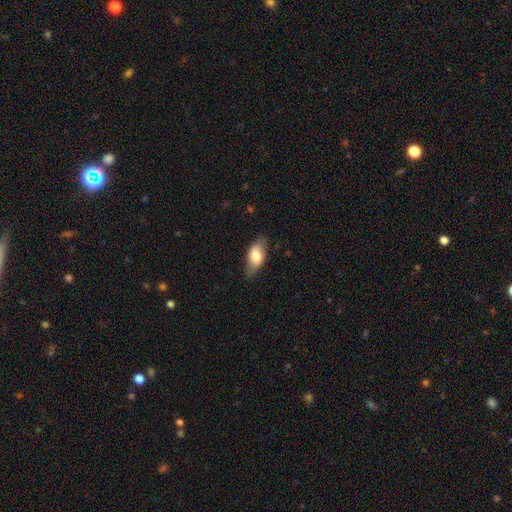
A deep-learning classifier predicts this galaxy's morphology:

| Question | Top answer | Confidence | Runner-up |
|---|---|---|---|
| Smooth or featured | smooth | 74% | featured or disk (20%) |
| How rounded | in between | 87% | cigar-shaped (8%) |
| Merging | none | 76% | minor disturbance (19%) |